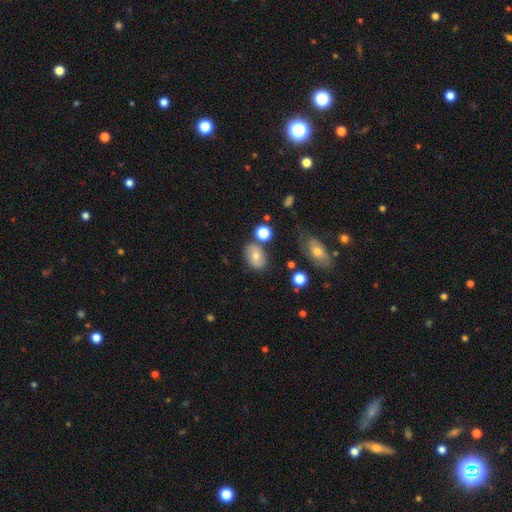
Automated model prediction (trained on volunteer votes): A smooth galaxy with no disk features (66%) that is in between round and cigar-shaped (75%).

Vote fractions:
- Smooth or featured? smooth: 66% / featured or disk: 24% / star or artifact: 10%
- How rounded? in between: 75% / round: 23% / cigar-shaped: 1%
- Merging? none: 73% / minor disturbance: 15% / merger: 7% / major disturbance: 5%